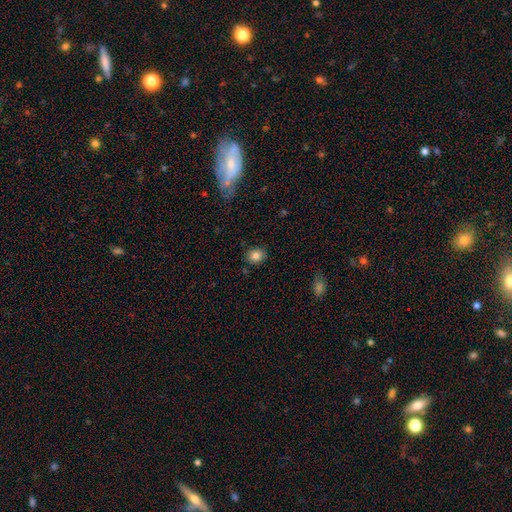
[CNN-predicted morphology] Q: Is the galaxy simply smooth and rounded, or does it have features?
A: smooth — 83%.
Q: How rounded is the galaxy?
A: round — 71%.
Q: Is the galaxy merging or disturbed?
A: none — 86%.